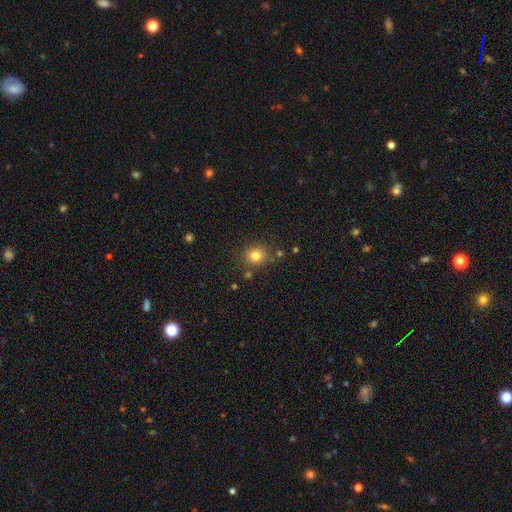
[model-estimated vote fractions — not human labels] The model was most divided on "smooth or featured": smooth: 80%, star or artifact: 13%, featured or disk: 7%. More confident: how rounded — round (85%); merging — none (79%).